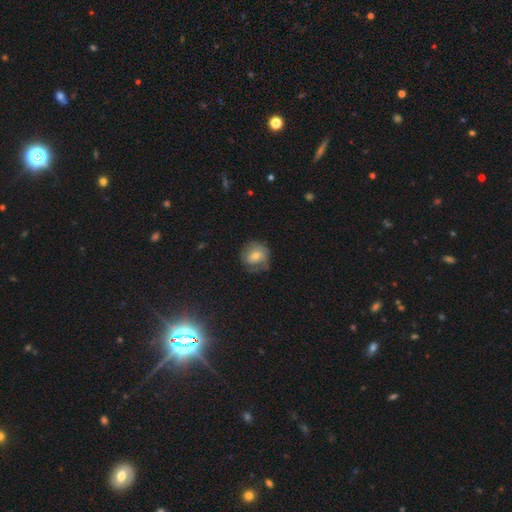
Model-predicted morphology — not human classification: smooth-or-featured: smooth: 50% | featured or disk: 41% | star or artifact: 9%
  how-rounded: round: 80% | in between: 19% | cigar-shaped: 1%
  merging: none: 59% | minor disturbance: 26% | major disturbance: 14% | merger: 2%